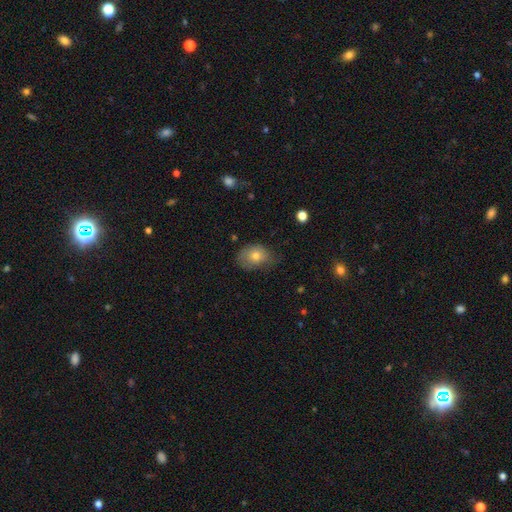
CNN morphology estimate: Smooth or featured? smooth (73%)
How rounded? in between (65%)
Merging? none (51%)